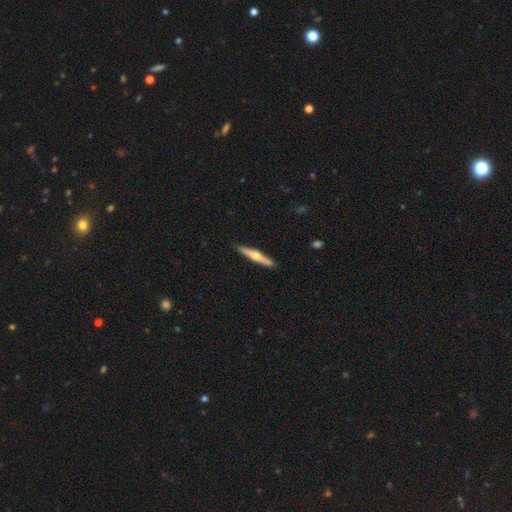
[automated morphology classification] A featured or disk galaxy (60%) viewed edge-on (96%) with a rounded central bulge (92%). Merging: none (90%).